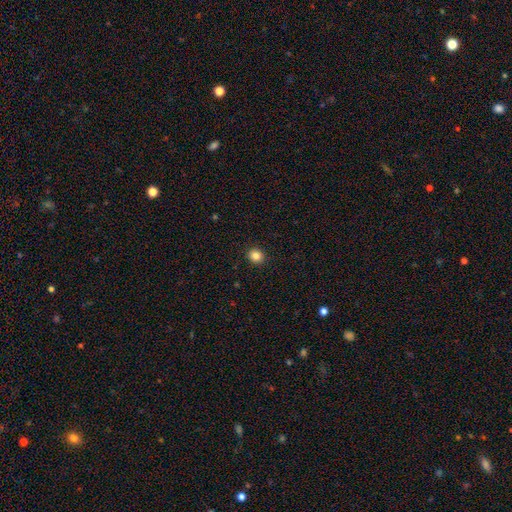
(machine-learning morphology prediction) This is clearly a smooth galaxy (84%). How rounded: clearly round (83%). Merging: clearly none (92%).